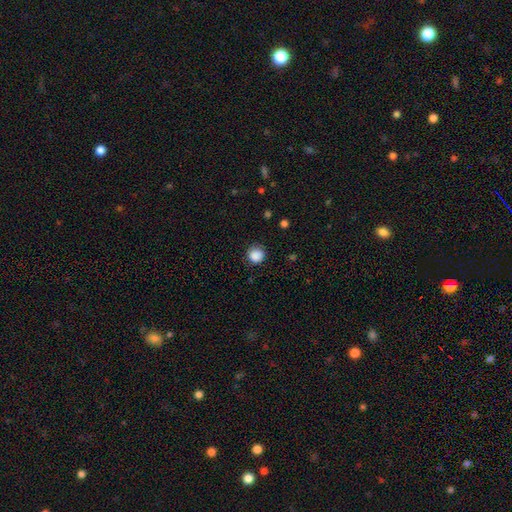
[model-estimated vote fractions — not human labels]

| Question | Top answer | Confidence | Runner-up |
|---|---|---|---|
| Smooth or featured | smooth | 87% | star or artifact (9%) |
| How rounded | round | 90% | in between (9%) |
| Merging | none | 79% | minor disturbance (16%) |